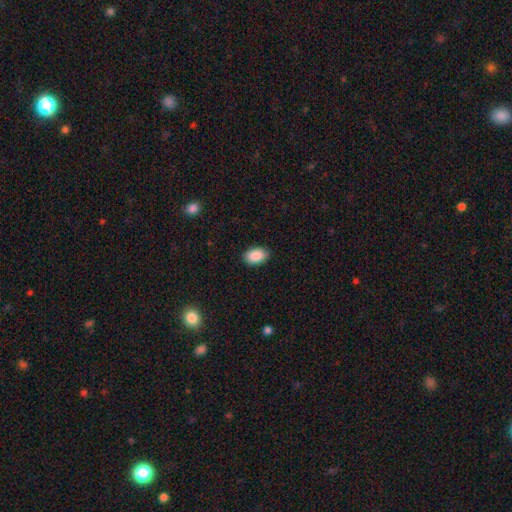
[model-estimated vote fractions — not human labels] Morphology: type=smooth (89%); roundness=in between (90%); merging=none (87%).